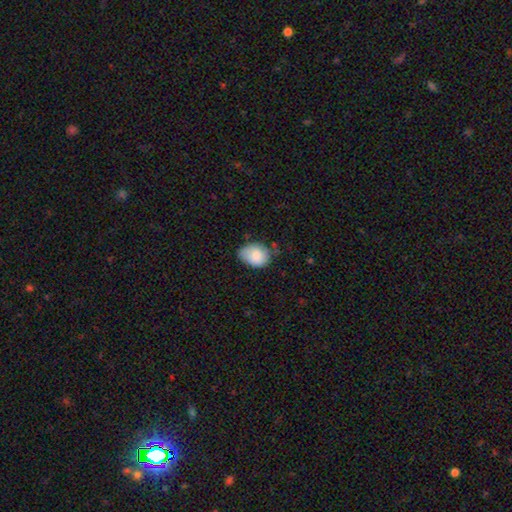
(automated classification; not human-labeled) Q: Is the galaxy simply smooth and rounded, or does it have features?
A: smooth — 83%.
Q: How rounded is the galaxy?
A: in between — 67%.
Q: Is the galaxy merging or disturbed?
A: none — 57%.